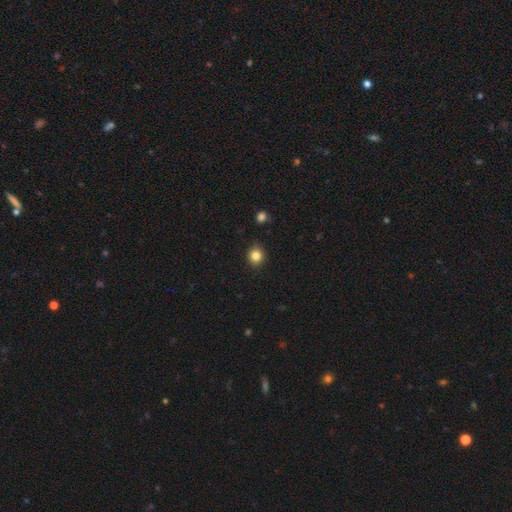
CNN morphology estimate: A smooth galaxy with no disk features (83%) that is round (85%).

Vote fractions:
- Smooth or featured? smooth: 83% / star or artifact: 12% / featured or disk: 5%
- How rounded? round: 85% / in between: 14% / cigar-shaped: 1%
- Merging? none: 88% / minor disturbance: 9% / major disturbance: 2% / merger: 1%